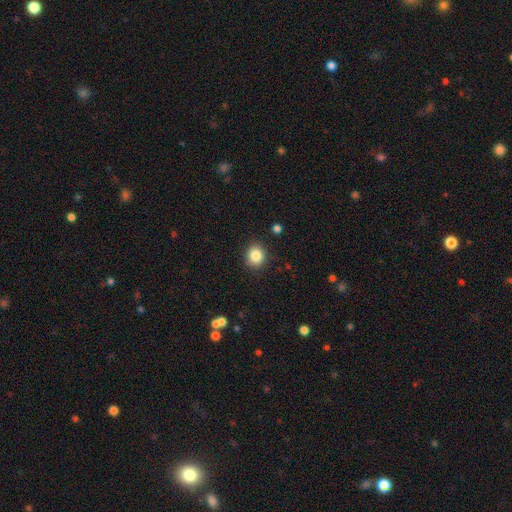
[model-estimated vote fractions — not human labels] A smooth galaxy with no disk features (85%) that is round (76%).

Vote fractions:
- Smooth or featured? smooth: 85% / star or artifact: 10% / featured or disk: 5%
- How rounded? round: 76% / in between: 23% / cigar-shaped: 1%
- Merging? none: 88% / minor disturbance: 8% / major disturbance: 2% / merger: 2%